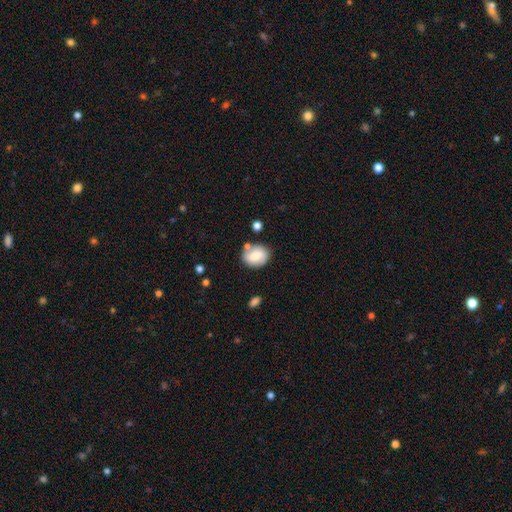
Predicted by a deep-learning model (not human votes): smooth-or-featured: smooth: 68% | featured or disk: 23% | star or artifact: 8%
  how-rounded: round: 50% | in between: 49% | cigar-shaped: 1%
  merging: none: 67% | minor disturbance: 18% | merger: 10% | major disturbance: 5%